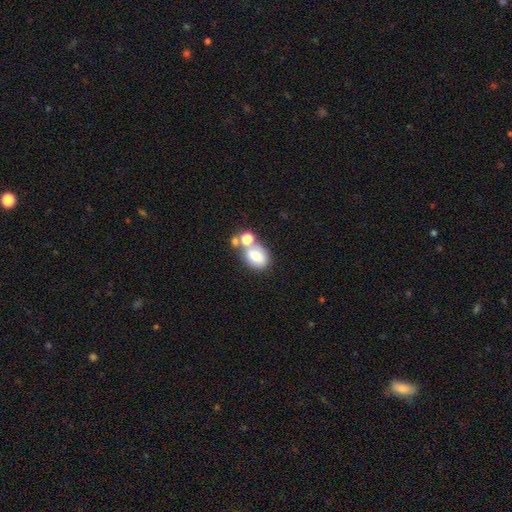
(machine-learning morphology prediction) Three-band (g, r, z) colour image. It shows a smooth galaxy with no disk features (73%) that is in between round and cigar-shaped (72%). Merging: none (40%).